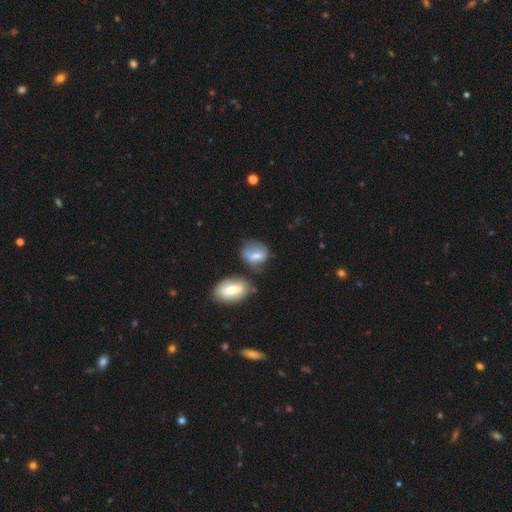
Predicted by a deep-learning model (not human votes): The model was most divided on "how rounded": in between: 57%, round: 41%, cigar-shaped: 2%. Remaining: smooth or featured — smooth (55%); merging — none (46%).